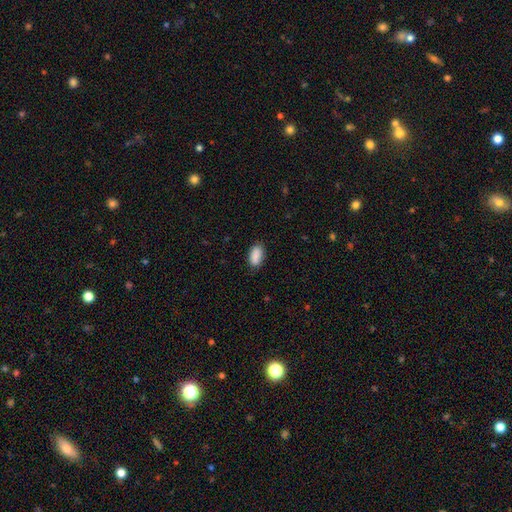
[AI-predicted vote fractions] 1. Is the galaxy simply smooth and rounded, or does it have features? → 89% smooth, 7% star or artifact, 4% featured or disk.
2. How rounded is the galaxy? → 92% in between, 5% cigar-shaped, 3% round.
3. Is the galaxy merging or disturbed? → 82% none, 14% minor disturbance, 3% major disturbance, 1% merger.